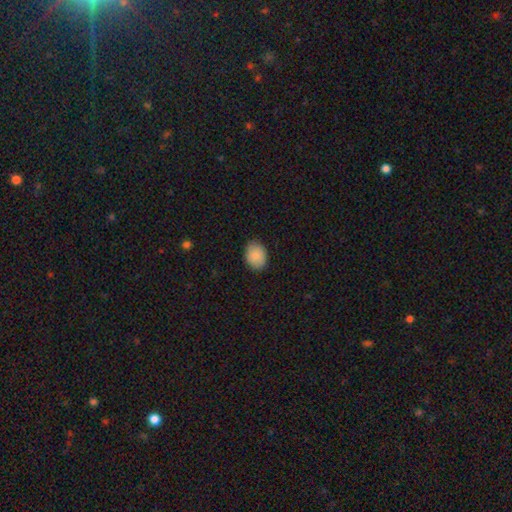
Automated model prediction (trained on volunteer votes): Overall: smooth (87%). How rounded: in between (65%; round 34%). Merging: none (85%).